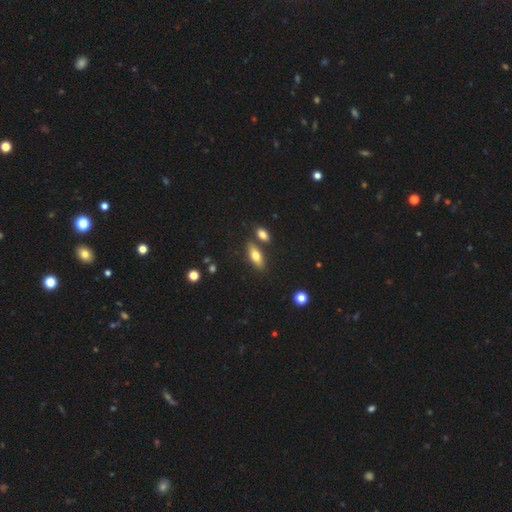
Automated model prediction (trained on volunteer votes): Q: Smooth or featured?
A: smooth (71%); runner-up: featured or disk (21%)
Q: How rounded?
A: in between (71%); runner-up: cigar-shaped (25%)
Q: Merging?
A: none (75%); runner-up: merger (12%)